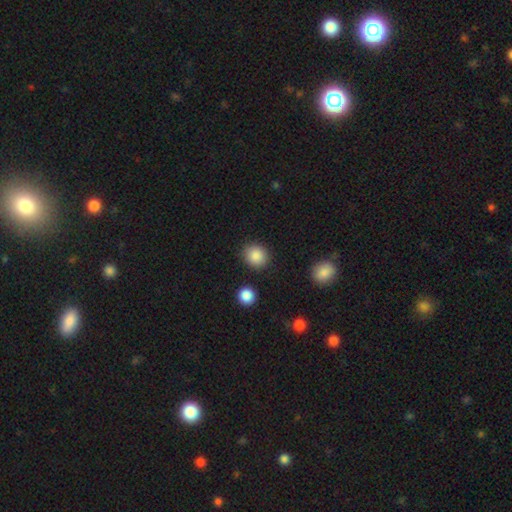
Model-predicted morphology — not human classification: A smooth galaxy with no disk features (88%) that is round (78%).

Vote fractions:
- Smooth or featured? smooth: 88% / star or artifact: 8% / featured or disk: 4%
- How rounded? round: 78% / in between: 21% / cigar-shaped: 1%
- Merging? none: 88% / minor disturbance: 7% / merger: 3% / major disturbance: 2%